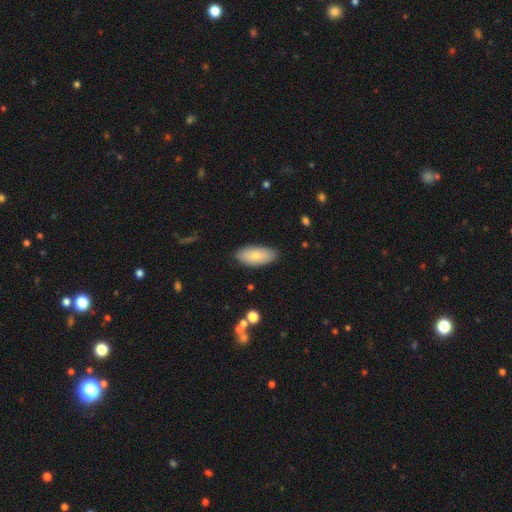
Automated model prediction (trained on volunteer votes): This is likely a smooth galaxy (74%). How rounded: clearly in between (91%). Merging: clearly none (85%).